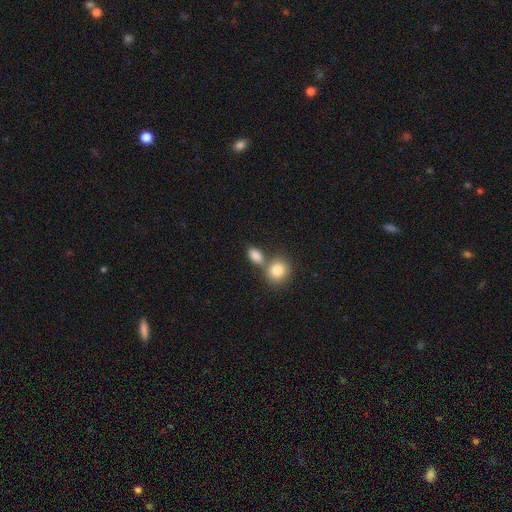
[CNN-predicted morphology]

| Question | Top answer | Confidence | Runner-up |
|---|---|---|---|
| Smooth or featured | smooth | 85% | star or artifact (9%) |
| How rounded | in between | 72% | round (26%) |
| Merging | none | 47% | merger (38%) |